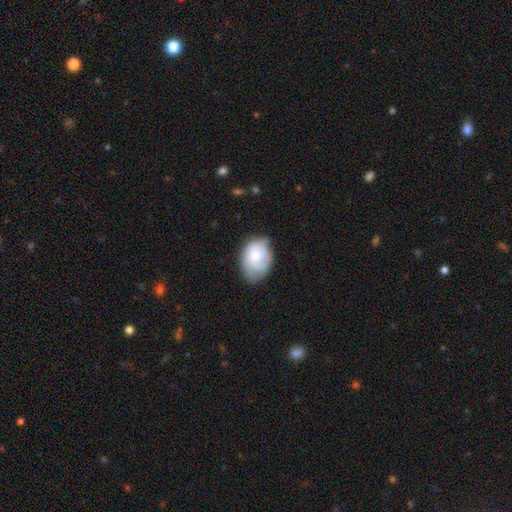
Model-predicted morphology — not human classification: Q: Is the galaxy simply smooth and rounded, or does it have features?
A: smooth — 61%.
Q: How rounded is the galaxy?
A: in between — 72%.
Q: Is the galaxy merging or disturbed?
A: none — 52%.